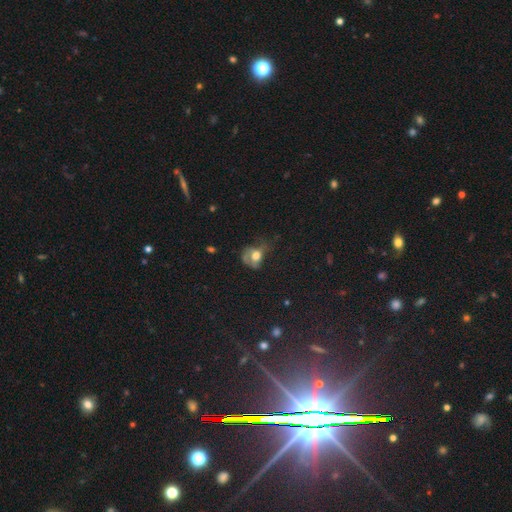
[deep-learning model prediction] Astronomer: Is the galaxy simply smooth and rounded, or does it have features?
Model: smooth — 58%.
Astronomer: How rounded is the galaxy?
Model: in between — 55% (runner-up: round, 43%).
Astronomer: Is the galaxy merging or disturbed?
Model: major disturbance — 46% (runner-up: none, 25%).